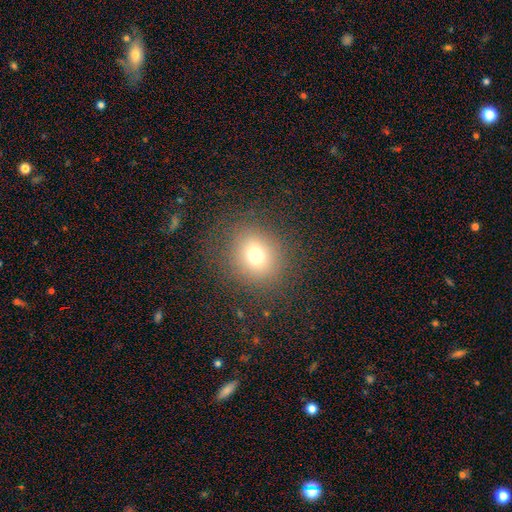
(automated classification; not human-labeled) A smooth galaxy with no disk features (73%) that is round (77%). Merging: none (82%).